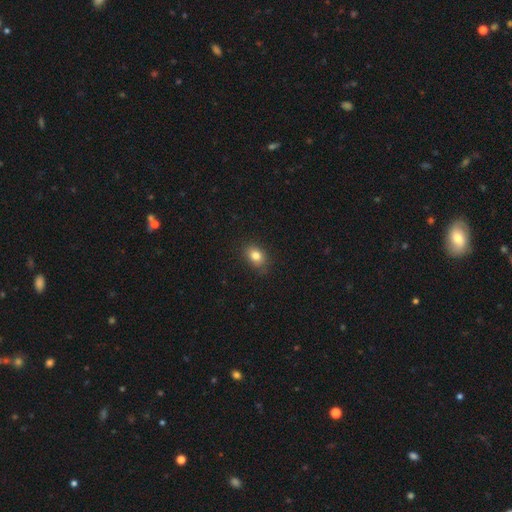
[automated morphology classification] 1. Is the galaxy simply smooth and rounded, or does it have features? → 81% smooth, 11% star or artifact, 8% featured or disk.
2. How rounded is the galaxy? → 69% in between, 30% round, 1% cigar-shaped.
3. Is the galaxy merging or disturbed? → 81% none, 15% minor disturbance, 3% major disturbance, 1% merger.